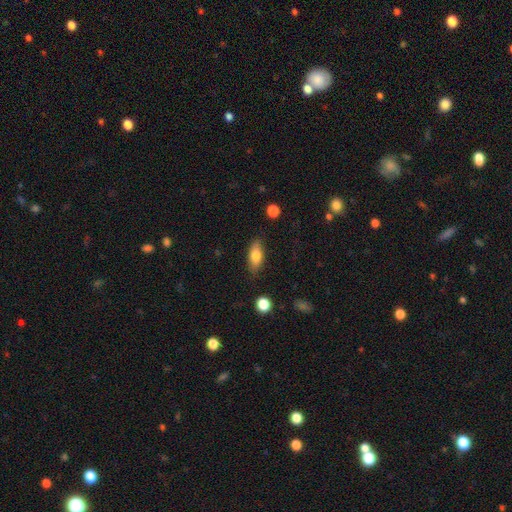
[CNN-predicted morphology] A smooth galaxy with no disk features (76%) that is in between round and cigar-shaped (78%).

Vote fractions:
- Smooth or featured? smooth: 76% / featured or disk: 17% / star or artifact: 7%
- How rounded? in between: 78% / cigar-shaped: 18% / round: 4%
- Merging? none: 81% / minor disturbance: 14% / major disturbance: 3% / merger: 2%